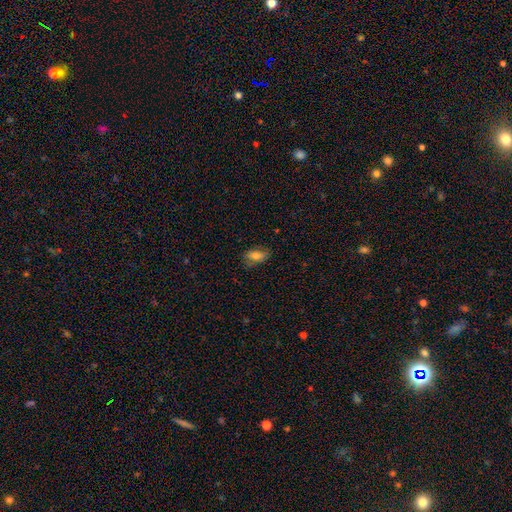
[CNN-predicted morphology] smooth 75%, featured or disk 15%, star or artifact 10%. Down the decision tree: how rounded — in between (87%); merging — none (71%).